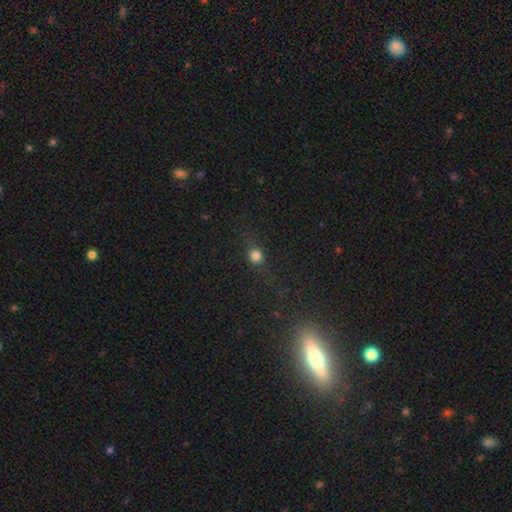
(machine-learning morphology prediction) smooth-or-featured: smooth: 67% | star or artifact: 20% | featured or disk: 13%
  how-rounded: round: 77% | in between: 18% | cigar-shaped: 4%
  merging: none: 73% | minor disturbance: 15% | major disturbance: 10% | merger: 3%